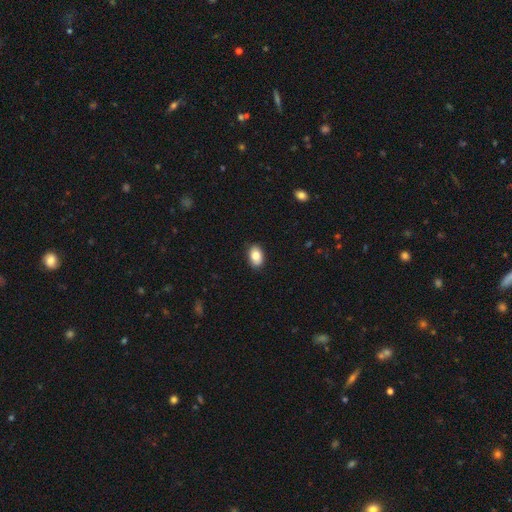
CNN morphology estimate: This appears to be a smooth galaxy with no disk features (86%) that is in between round and cigar-shaped (88%). Merging: none (88%).